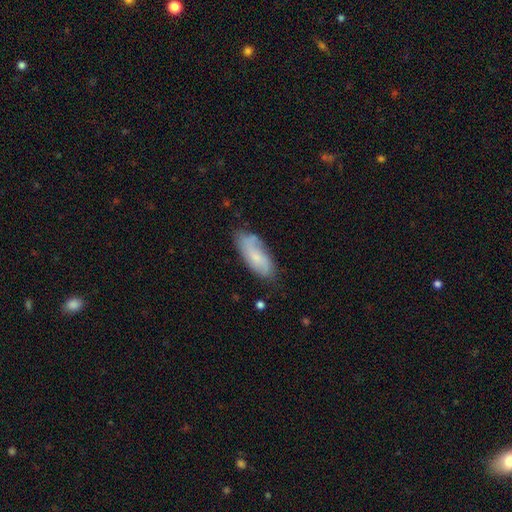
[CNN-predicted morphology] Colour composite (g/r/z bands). It shows a smooth galaxy with no disk features (51%) that is in between round and cigar-shaped (74%). Merging: none (66%).